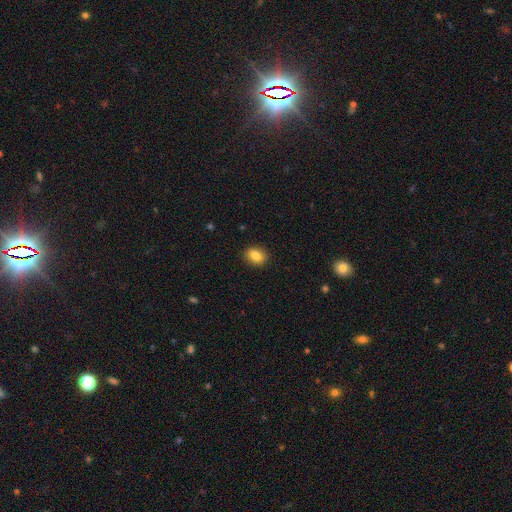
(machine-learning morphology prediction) smooth_or_featured: smooth (p=0.84) [alt: star or artifact p=0.09]
how_rounded: in between (p=0.62) [alt: round p=0.37]
merging: none (p=0.88) [alt: minor disturbance p=0.09]